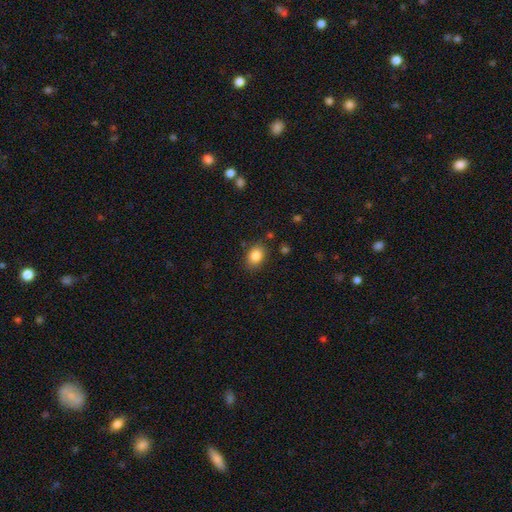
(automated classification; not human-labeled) Smooth or featured? Predicted: smooth (p=0.85). How rounded? Predicted: in between (p=0.68). Merging? Predicted: none (p=0.84).